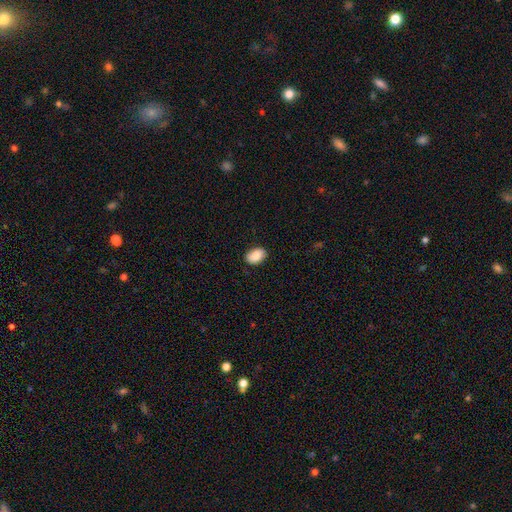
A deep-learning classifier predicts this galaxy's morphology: smooth_or_featured: smooth (p=0.88) [alt: star or artifact p=0.07]
how_rounded: in between (p=0.87) [alt: round p=0.11]
merging: none (p=0.86) [alt: minor disturbance p=0.10]